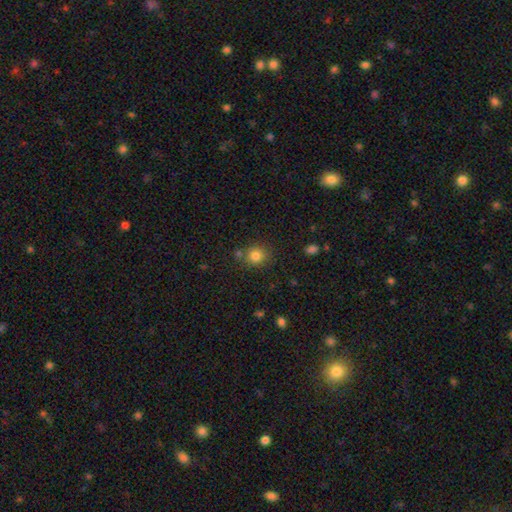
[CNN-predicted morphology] Smooth or featured? Predicted: smooth (p=0.82). How rounded? Predicted: round (p=0.83). Merging? Predicted: none (p=0.76).